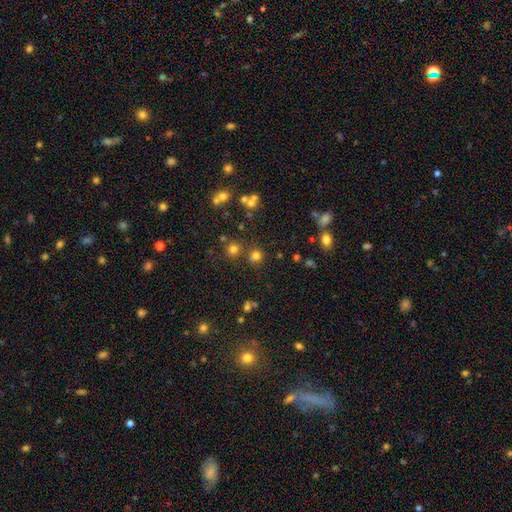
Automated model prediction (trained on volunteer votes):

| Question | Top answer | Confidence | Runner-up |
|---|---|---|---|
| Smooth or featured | smooth | 71% | star or artifact (22%) |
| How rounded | round | 86% | in between (13%) |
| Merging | none | 78% | merger (10%) |